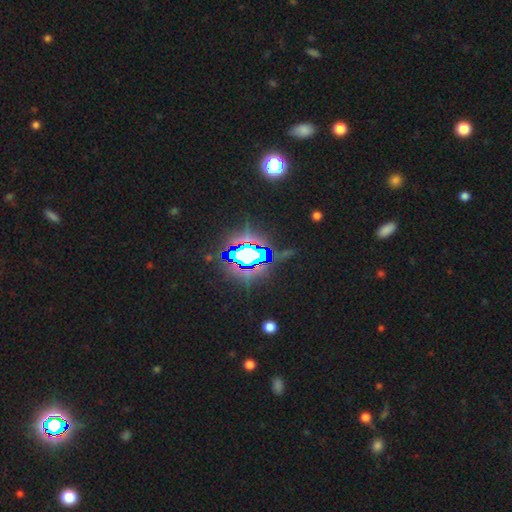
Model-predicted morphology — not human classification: The model was most divided on "smooth or featured": star or artifact: 72%, featured or disk: 14%, smooth: 14%.